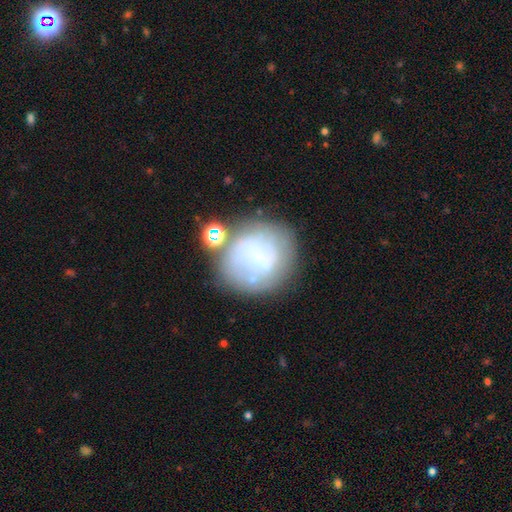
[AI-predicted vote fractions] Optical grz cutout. It shows a featured or disk galaxy (47%). Merging: none (57%).